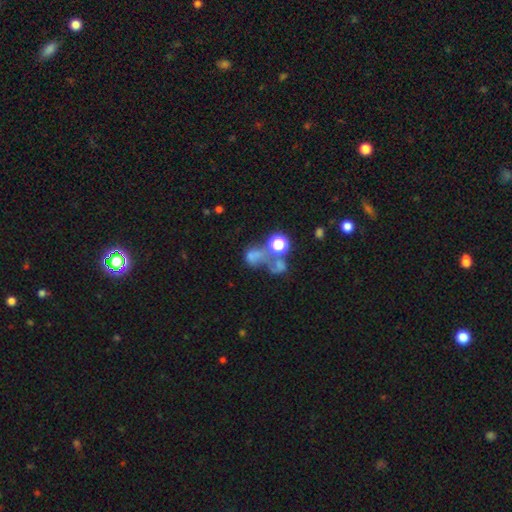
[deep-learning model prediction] The model was most divided on "how rounded": round: 53%, in between: 45%, cigar-shaped: 2%. Remaining: smooth or featured — smooth (52%); merging — merger (45%).